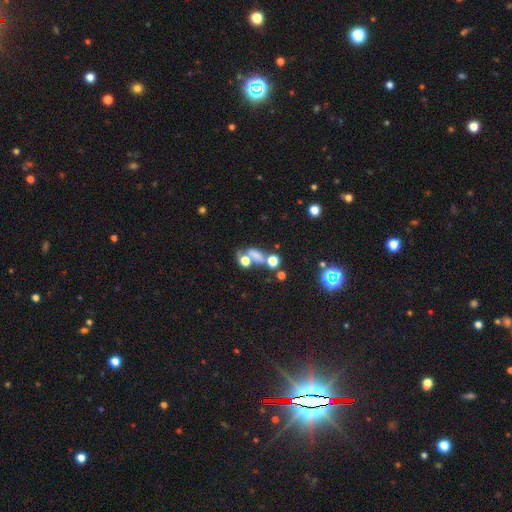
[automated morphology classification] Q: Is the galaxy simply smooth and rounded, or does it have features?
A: smooth — 55%.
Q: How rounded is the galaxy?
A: in between — 63%.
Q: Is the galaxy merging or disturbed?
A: merger — 43%.